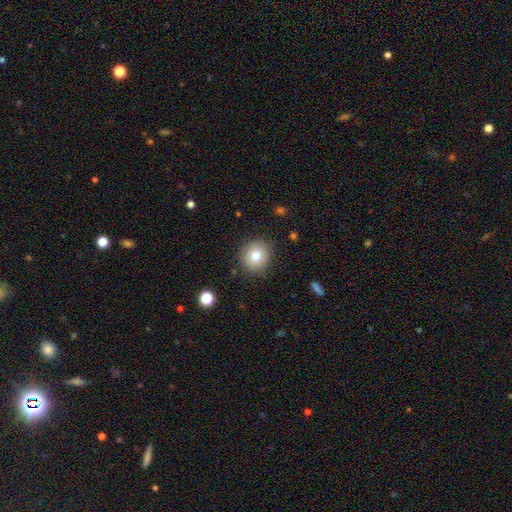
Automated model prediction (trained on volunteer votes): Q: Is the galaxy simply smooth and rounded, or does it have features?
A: smooth — 77%.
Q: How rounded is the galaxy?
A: round — 90%.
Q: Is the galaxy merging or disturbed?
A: none — 89%.